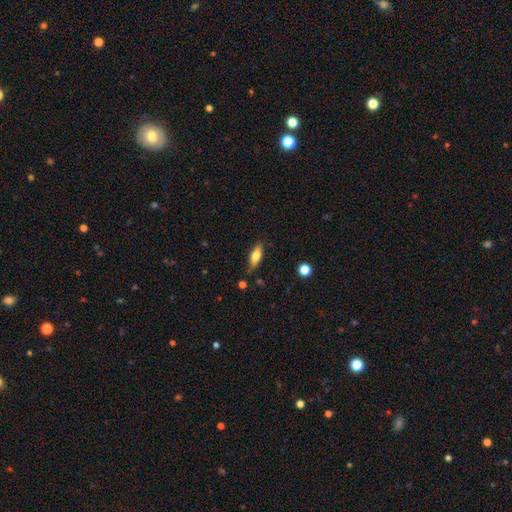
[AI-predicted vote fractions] This appears to be a smooth galaxy with no disk features (68%) that is in between round and cigar-shaped (63%). Merging: none (78%).